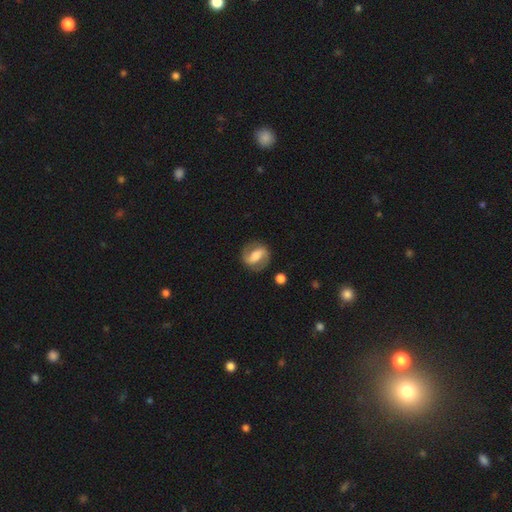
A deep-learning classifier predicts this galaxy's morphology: Overall: featured or disk (71%). Edge-on disk: no (96%). Bar: strong (54%; weak 31%). Spiral arms: yes (86%). Spiral arm count: 2 (89%). Spiral winding: medium (46%; tight 31%). Bulge size: moderate (50%; small 24%). Merging: none (81%).